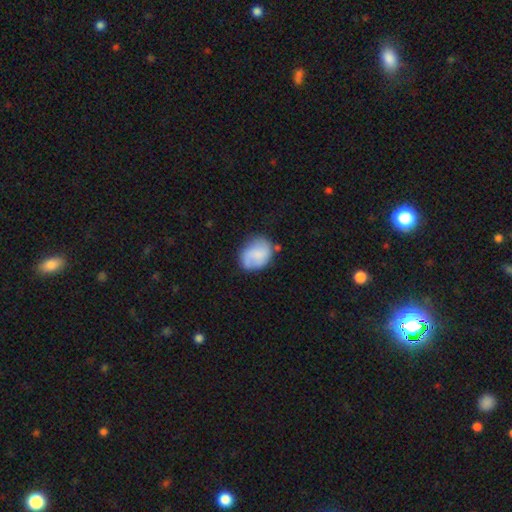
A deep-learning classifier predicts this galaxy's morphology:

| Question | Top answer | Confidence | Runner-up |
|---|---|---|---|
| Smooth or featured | smooth | 64% | featured or disk (28%) |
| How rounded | in between | 55% | round (44%) |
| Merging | none | 59% | minor disturbance (26%) |